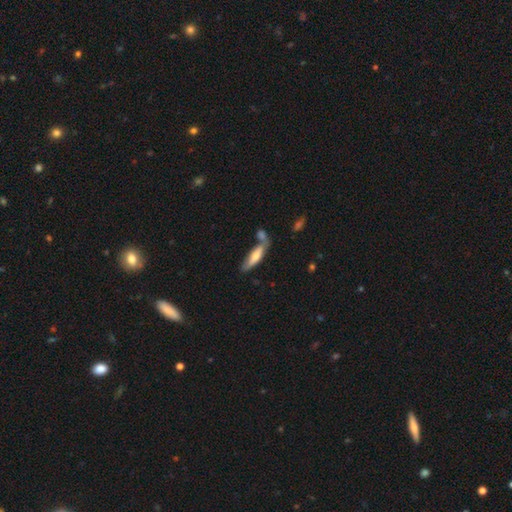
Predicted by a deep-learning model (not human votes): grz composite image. It shows a smooth galaxy with no disk features (60%) that is cigar-shaped (58%). Merging: none (45%).